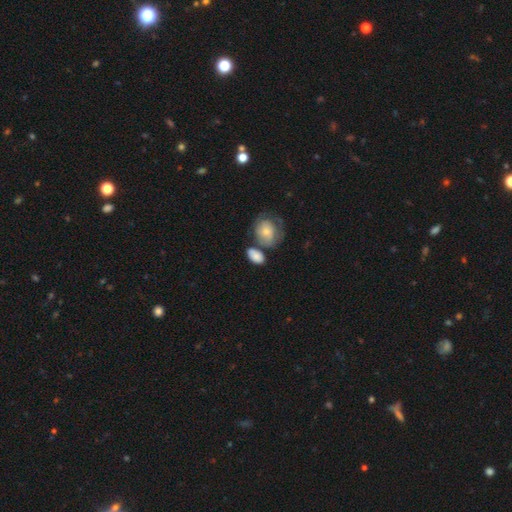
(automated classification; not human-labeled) smooth_or_featured: smooth (p=0.78) [alt: featured or disk p=0.15]
how_rounded: in between (p=0.80) [alt: round p=0.18]
merging: none (p=0.44) [alt: merger p=0.28]